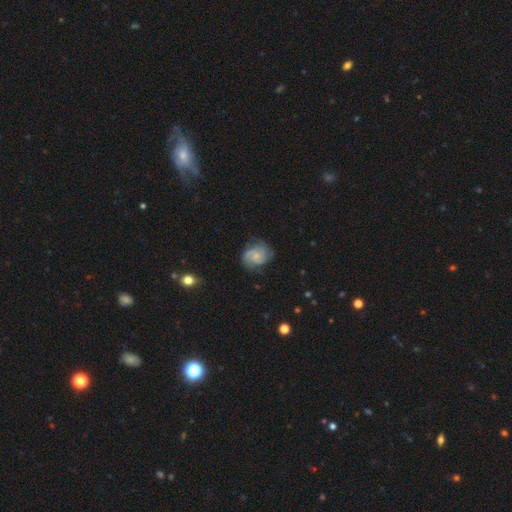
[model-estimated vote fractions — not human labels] Smooth or featured?
  - featured or disk: 72% *
  - smooth: 20%
  - star or artifact: 7%
Edge-on disk?
  - no: 98% *
  - yes: 2%
Bar?
  - no: 68% *
  - weak: 28%
  - strong: 4%
Spiral arms?
  - yes: 93% *
  - no: 7%
Spiral winding?
  - tight: 44% *
  - medium: 42%
  - loose: 14%
Spiral arm count?
  - 2: 43% *
  - 3: 23%
  - can't tell: 21%
  - 4: 5%
  - 1: 4%
  - more than 4: 4%
Bulge size?
  - small: 66% *
  - moderate: 22%
  - none: 10%
  - large: 2%
  - dominant: 1%
Merging?
  - none: 69% *
  - minor disturbance: 21%
  - major disturbance: 9%
  - merger: 1%